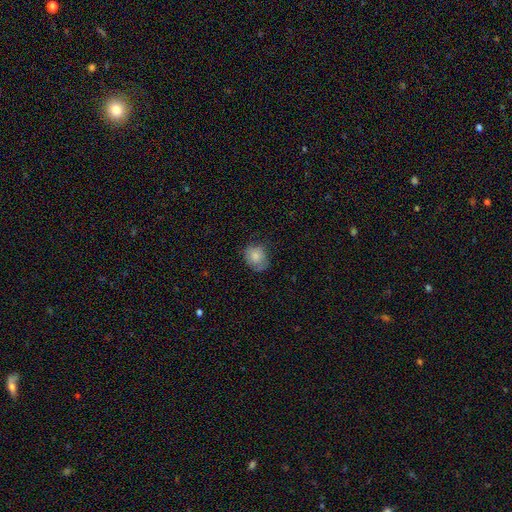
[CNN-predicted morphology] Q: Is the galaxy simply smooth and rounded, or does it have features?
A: smooth — 80%.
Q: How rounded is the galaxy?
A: round — 60%.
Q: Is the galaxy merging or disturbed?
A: none — 65%.